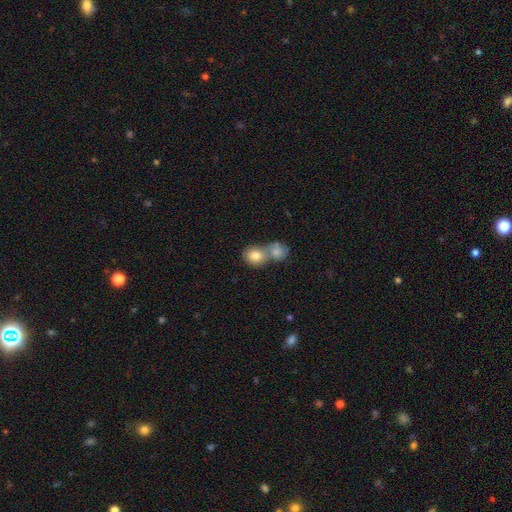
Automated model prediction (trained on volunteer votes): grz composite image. It shows a smooth galaxy with no disk features (81%) that is round (69%). Merging: merger (59%).